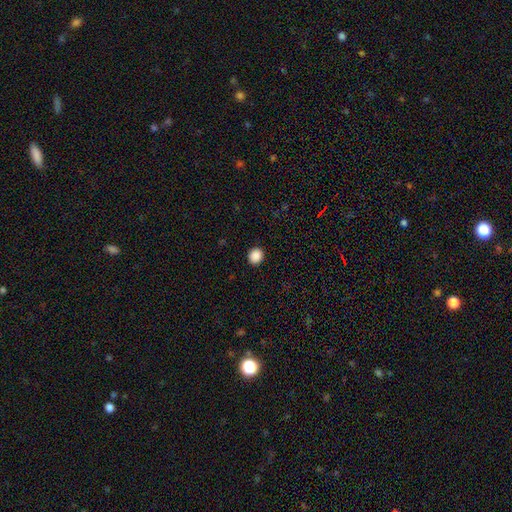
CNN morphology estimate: smooth_or_featured: smooth (p=0.89) [alt: star or artifact p=0.09]
how_rounded: round (p=0.84) [alt: in between p=0.15]
merging: none (p=0.92) [alt: minor disturbance p=0.05]